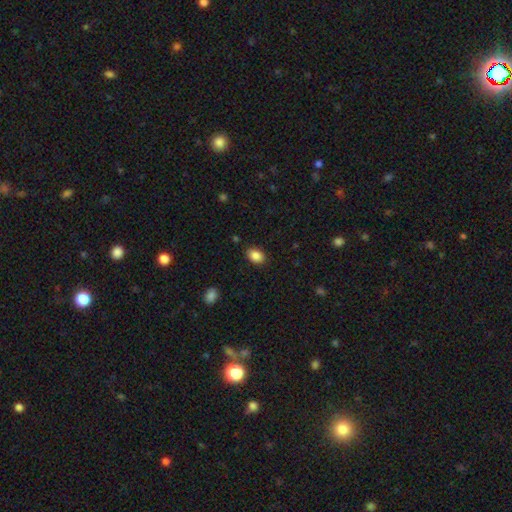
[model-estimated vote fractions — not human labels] The model was most divided on "how rounded": in between: 79%, round: 20%, cigar-shaped: 1%. More confident: smooth or featured — smooth (87%); merging — none (87%).